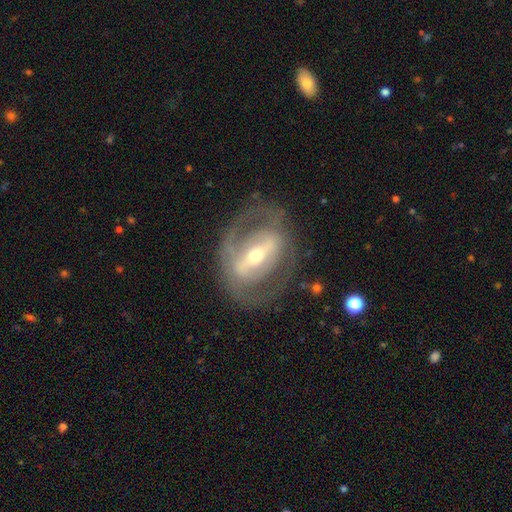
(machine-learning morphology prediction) smooth-or-featured: featured or disk: 79% | smooth: 15% | star or artifact: 6%
  disk-edge-on: no: 90% | yes: 10%
    bar: strong: 64% | weak: 23% | no: 13%
    has-spiral-arms: yes: 50% (tied) | no: 50% (tied)
    bulge-size: moderate: 55% | small: 38% | large: 5% | dominant: 1% | none: 1%
  merging: none: 70% | minor disturbance: 15% | major disturbance: 14% | merger: 2%